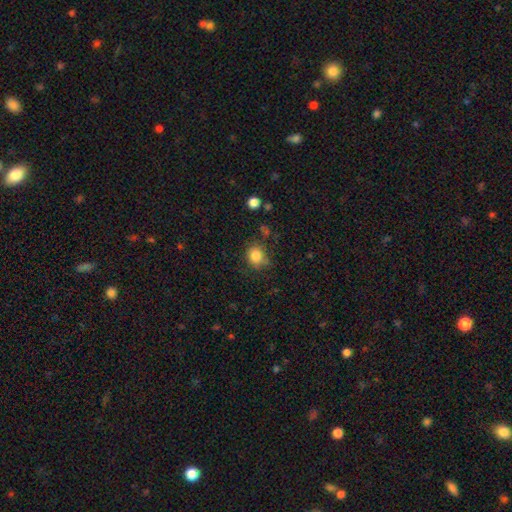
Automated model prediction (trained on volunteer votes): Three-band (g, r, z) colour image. It shows a smooth galaxy with no disk features (84%) that is round (75%). Merging: none (69%).